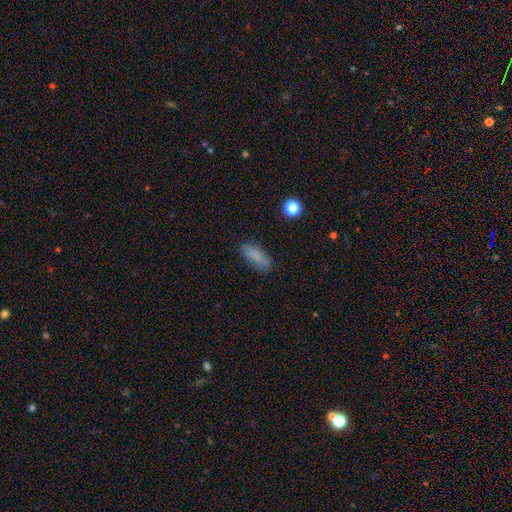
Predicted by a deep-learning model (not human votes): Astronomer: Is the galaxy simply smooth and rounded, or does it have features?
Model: smooth — 83%.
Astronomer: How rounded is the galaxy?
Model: in between — 62%.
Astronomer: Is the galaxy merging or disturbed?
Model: none — 82%.